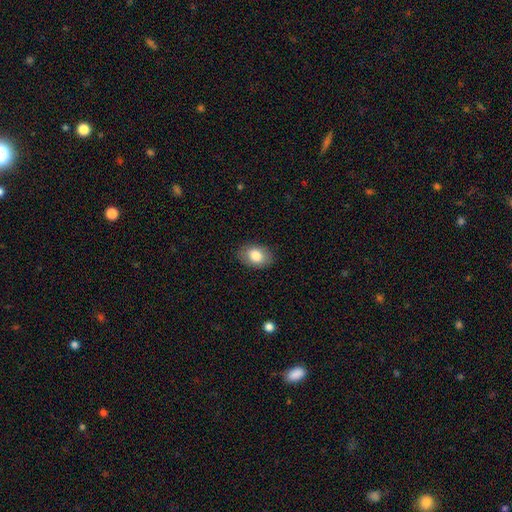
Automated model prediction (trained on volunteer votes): Morphology: type=smooth (82%); roundness=in between (84%); merging=none (86%).